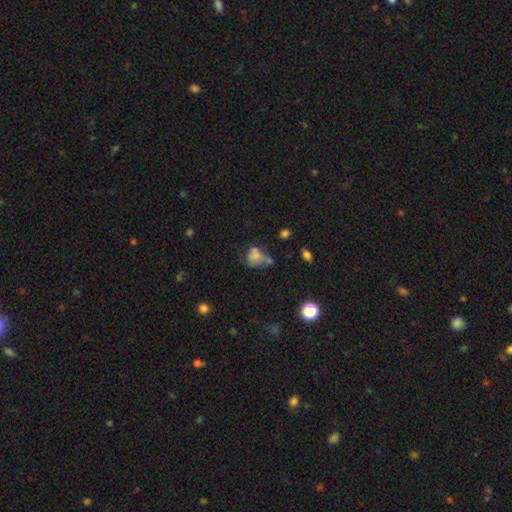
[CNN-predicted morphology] A smooth galaxy with no disk features (68%) that is in between round and cigar-shaped (55%). Merging: none (28%, tied with merger).